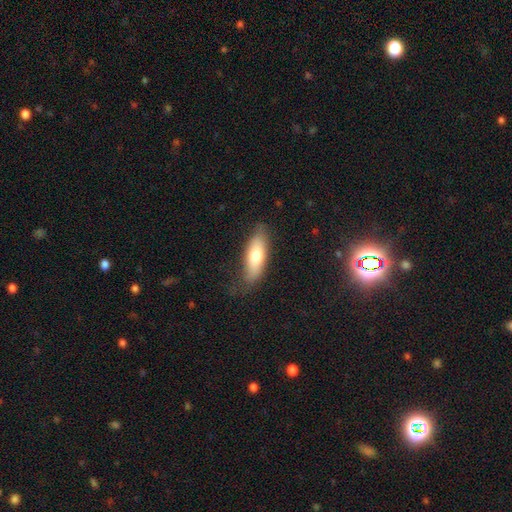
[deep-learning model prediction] smooth-or-featured: smooth: 72% | featured or disk: 22% | star or artifact: 6%
  how-rounded: in between: 65% | cigar-shaped: 32% | round: 2%
  merging: none: 70% | minor disturbance: 22% | major disturbance: 6% | merger: 1%